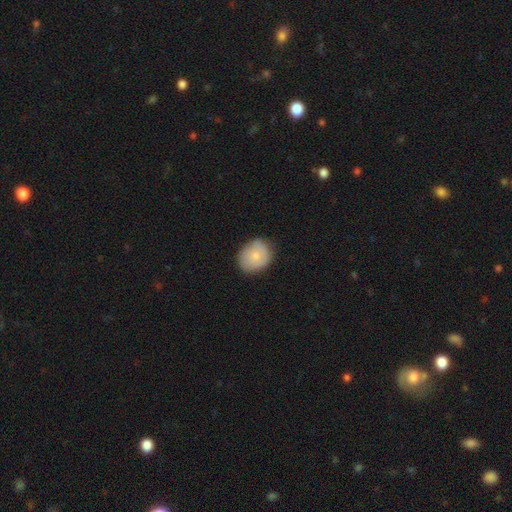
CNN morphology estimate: This appears to be a smooth galaxy with no disk features (76%) that is round (56%). Merging: none (79%).